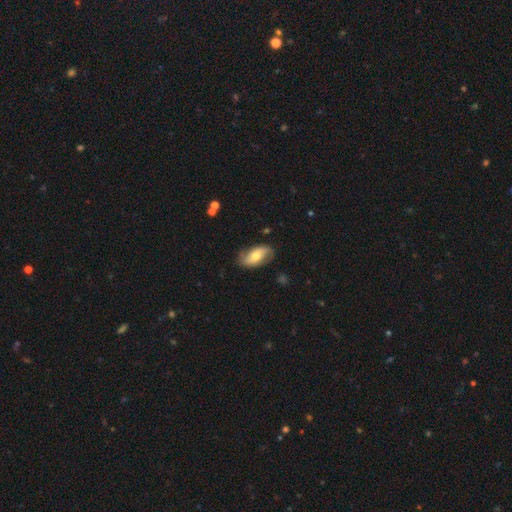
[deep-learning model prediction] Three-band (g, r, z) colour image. It shows a featured or disk galaxy (48%). Merging: none (74%).